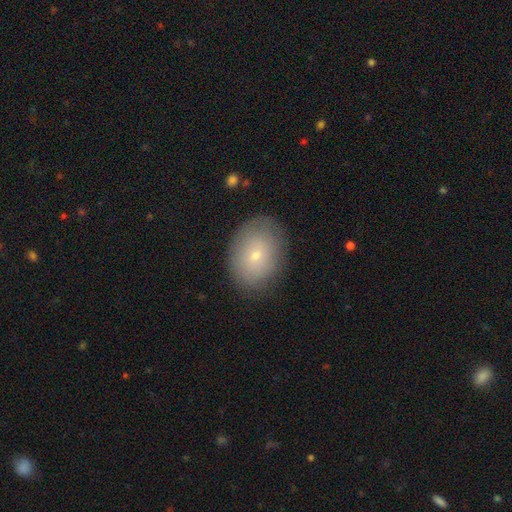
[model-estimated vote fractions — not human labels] This is likely a smooth galaxy (66%). How rounded: likely in between (65%). Merging: clearly none (81%).